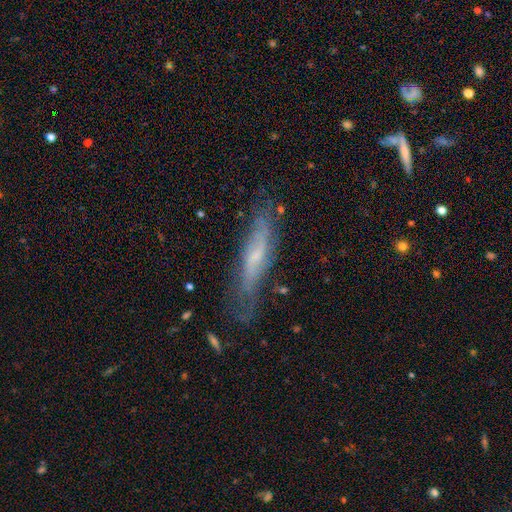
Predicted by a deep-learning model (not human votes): Smooth or featured: featured or disk — 58% (smooth — 34%)
Edge-on disk: yes — 55% (no — 45%)
Merging: none — 62% (minor disturbance — 25%)